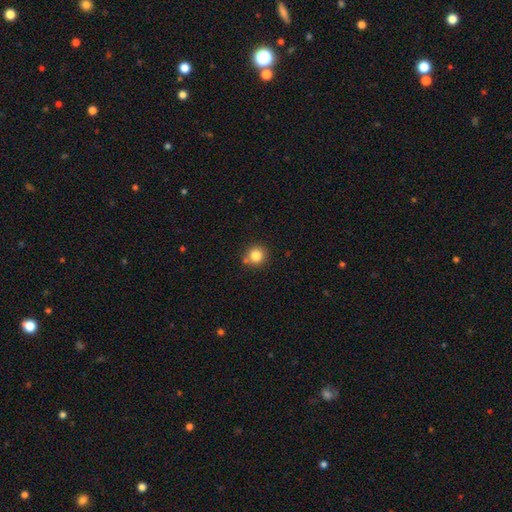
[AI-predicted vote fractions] smooth 83%, star or artifact 11%, featured or disk 6%. Down the decision tree: how rounded — round (92%); merging — none (78%).